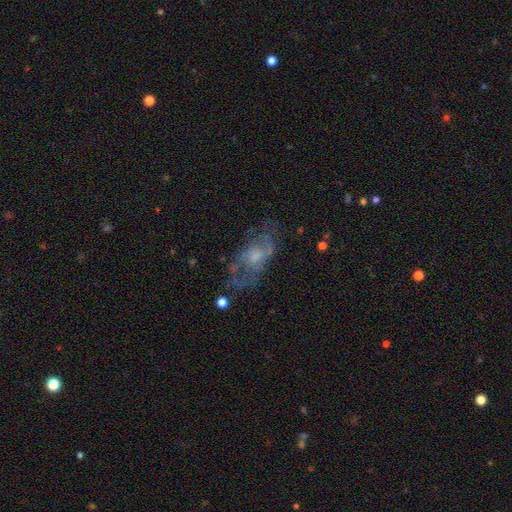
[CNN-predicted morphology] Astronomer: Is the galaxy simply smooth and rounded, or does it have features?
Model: featured or disk — 65%.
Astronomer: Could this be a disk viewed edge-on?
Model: no — 91%.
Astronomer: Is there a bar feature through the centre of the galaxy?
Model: no — 71%.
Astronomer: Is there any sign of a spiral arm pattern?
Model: yes — 57% (runner-up: no, 43%).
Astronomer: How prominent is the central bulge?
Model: moderate — 44% (runner-up: small, 34%).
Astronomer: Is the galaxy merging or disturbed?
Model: none — 50%.